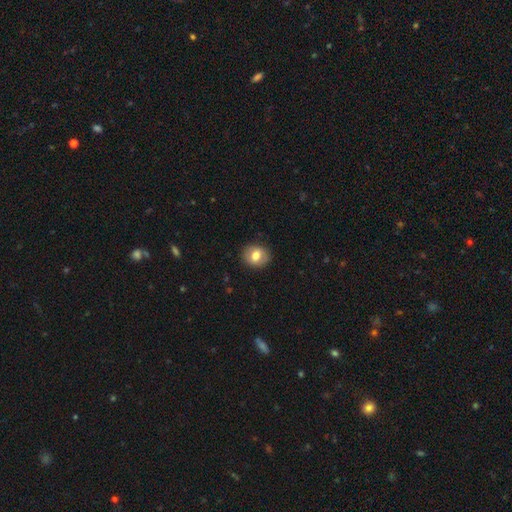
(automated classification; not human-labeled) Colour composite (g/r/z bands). It shows a smooth galaxy with no disk features (75%) that is round (67%). Merging: none (88%).